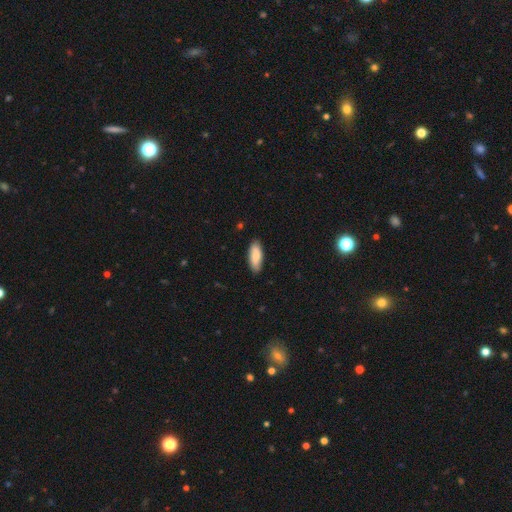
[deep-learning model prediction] Smooth or featured?
  - smooth: 84% *
  - featured or disk: 10%
  - star or artifact: 6%
How rounded?
  - in between: 76% *
  - cigar-shaped: 22%
  - round: 2%
Merging?
  - none: 87% *
  - minor disturbance: 11%
  - major disturbance: 2%
  - merger: 1%